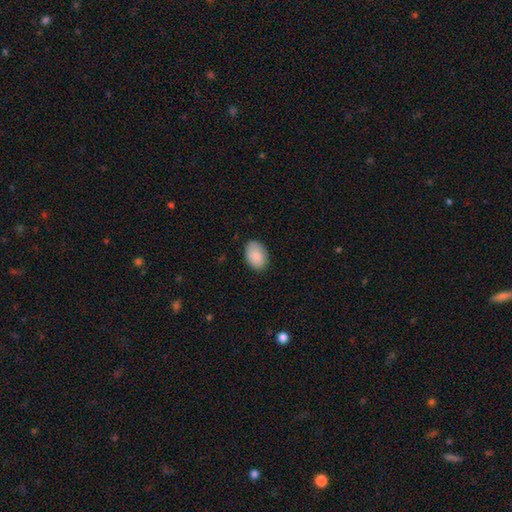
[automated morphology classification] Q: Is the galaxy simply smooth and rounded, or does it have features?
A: smooth — 89%.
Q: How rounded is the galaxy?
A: in between — 87%.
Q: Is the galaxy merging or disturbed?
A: none — 84%.